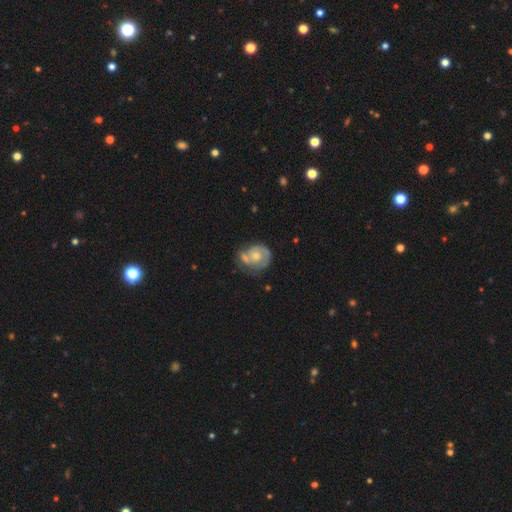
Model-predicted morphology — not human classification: Smooth or featured? featured or disk (72%)
Edge-on disk? no (98%)
Bar? no (75%)
Spiral arms? yes (82%)
Spiral winding? tight (52%)
Spiral arm count? 2 (55%)
Bulge size? moderate (63%)
Merging? none (43%)